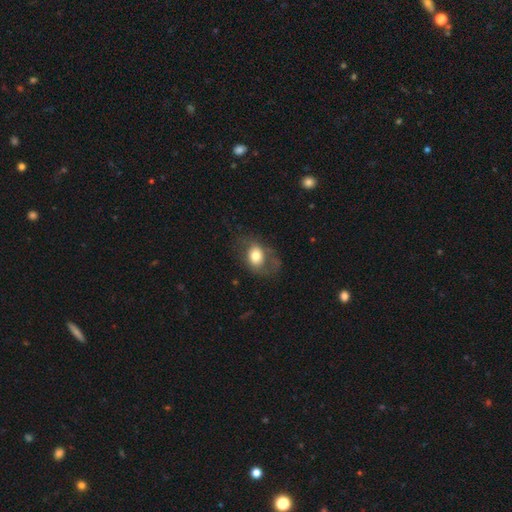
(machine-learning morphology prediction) smooth-or-featured: smooth: 66% | featured or disk: 25% | star or artifact: 9%
  how-rounded: in between: 60% | round: 39% | cigar-shaped: 1%
  merging: none: 44% | major disturbance: 30% | minor disturbance: 24% | merger: 2%